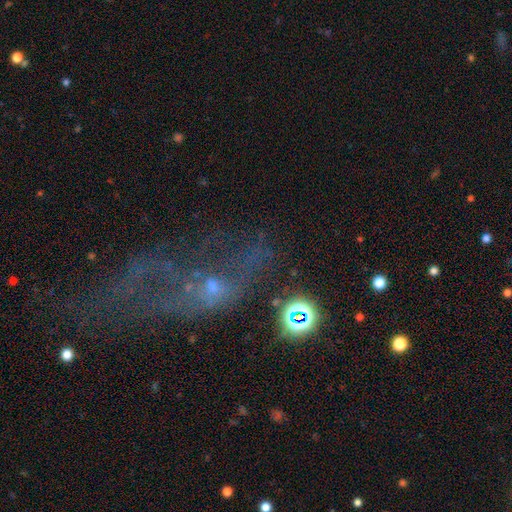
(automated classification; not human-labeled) This is marginally a featured or disk galaxy (40%). Merging: marginally major disturbance (42%).